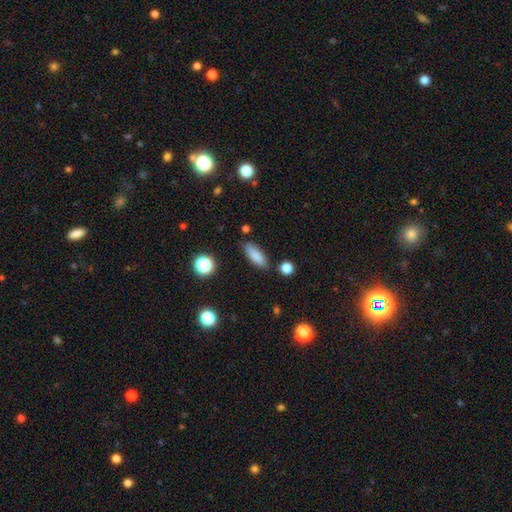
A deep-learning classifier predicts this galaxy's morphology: A smooth galaxy with no disk features (84%) that is in between round and cigar-shaped (61%). Merging: none (83%).